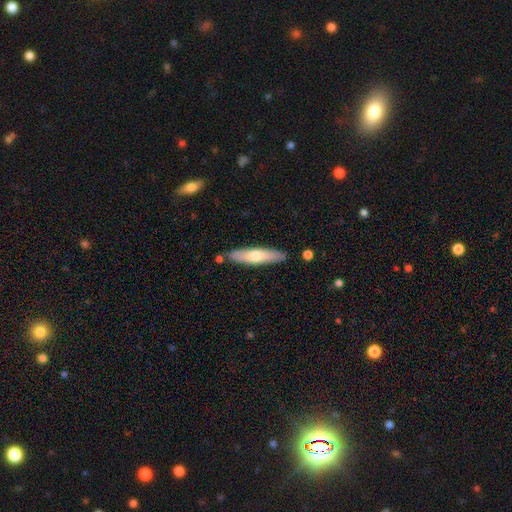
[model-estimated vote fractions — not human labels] Q: Smooth or featured?
A: smooth (56%); runner-up: featured or disk (39%)
Q: How rounded?
A: cigar-shaped (80%); runner-up: in between (18%)
Q: Merging?
A: none (85%); runner-up: minor disturbance (10%)